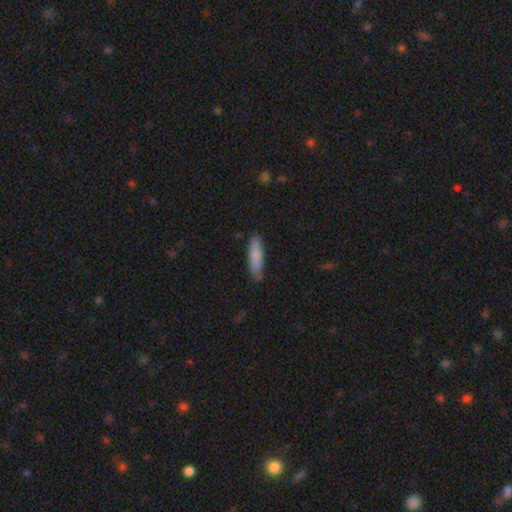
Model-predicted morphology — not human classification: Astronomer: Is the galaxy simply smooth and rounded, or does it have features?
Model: smooth — 81%.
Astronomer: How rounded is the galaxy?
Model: cigar-shaped — 63%.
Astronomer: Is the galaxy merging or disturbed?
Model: none — 82%.